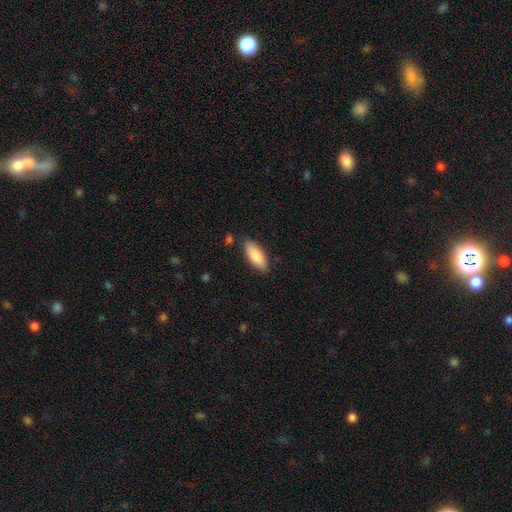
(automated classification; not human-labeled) smooth_or_featured: smooth (p=0.85) [alt: featured or disk p=0.09]
how_rounded: in between (p=0.80) [alt: cigar-shaped p=0.18]
merging: none (p=0.82) [alt: minor disturbance p=0.13]